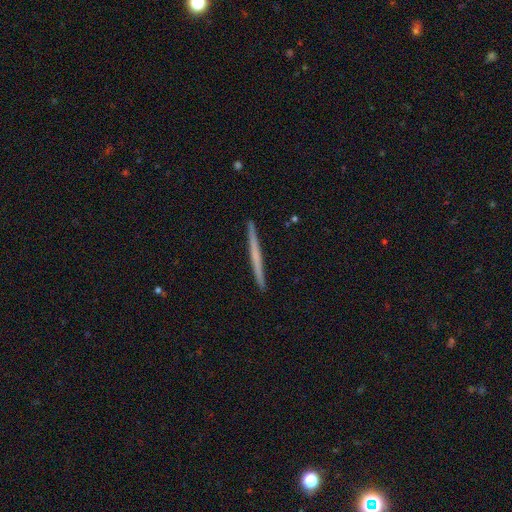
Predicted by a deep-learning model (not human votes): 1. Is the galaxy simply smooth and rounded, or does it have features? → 52% featured or disk, 43% smooth, 5% star or artifact.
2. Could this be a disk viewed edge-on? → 98% yes, 2% no.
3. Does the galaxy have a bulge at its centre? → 85% none, 11% rounded, 4% boxy.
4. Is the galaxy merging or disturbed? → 93% none, 5% minor disturbance, 1% major disturbance, 1% merger.